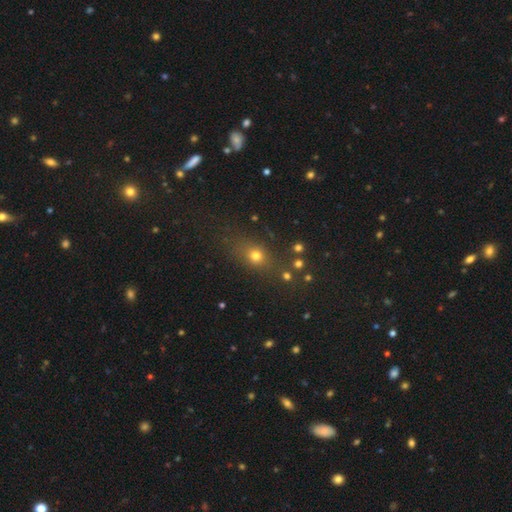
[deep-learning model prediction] Smooth or featured? Predicted: smooth (p=0.69). How rounded? Predicted: round (p=0.57). Merging? Predicted: none (p=0.71).